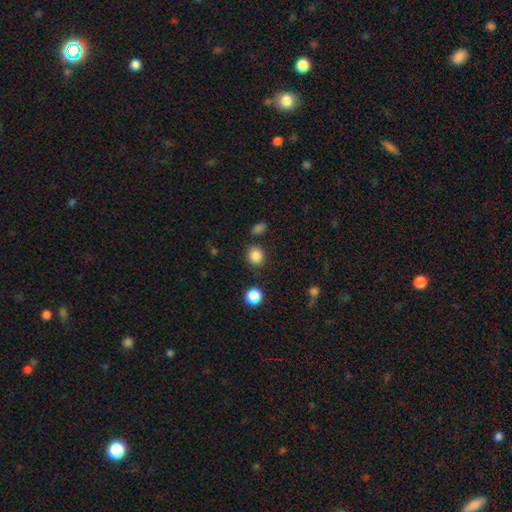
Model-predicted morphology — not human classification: Smooth or featured: smooth — 85% (star or artifact — 11%)
How rounded: round — 81% (in between — 18%)
Merging: none — 85% (minor disturbance — 8%)